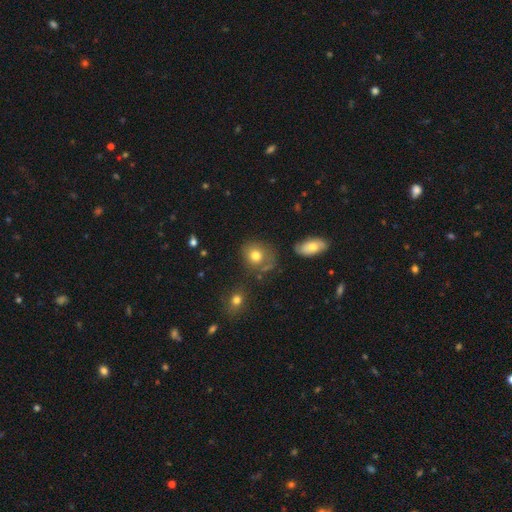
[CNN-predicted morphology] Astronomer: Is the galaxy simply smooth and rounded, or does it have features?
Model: smooth — 74%.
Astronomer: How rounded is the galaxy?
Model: round — 68%.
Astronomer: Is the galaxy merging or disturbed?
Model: none — 63%.